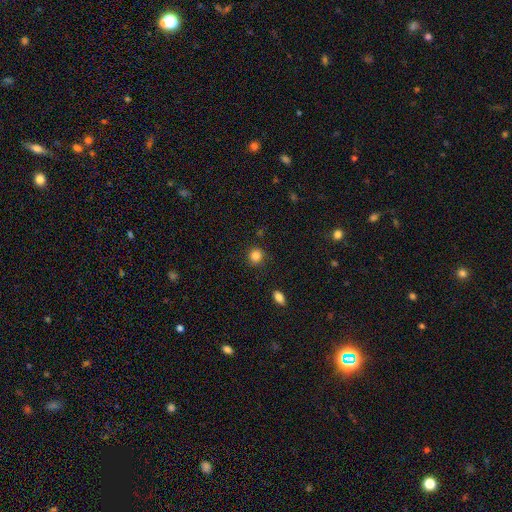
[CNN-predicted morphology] Overall: smooth (84%). How rounded: round (86%). Merging: none (86%).